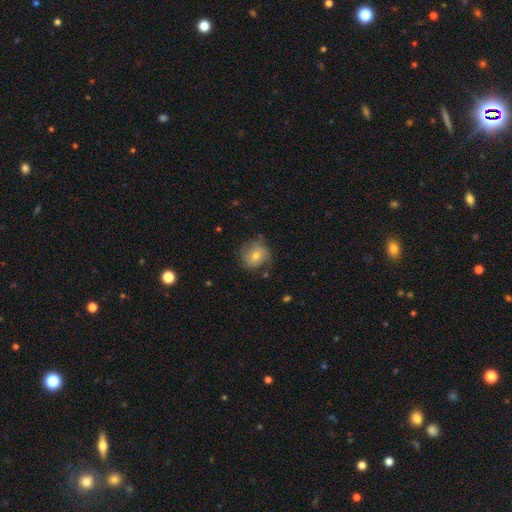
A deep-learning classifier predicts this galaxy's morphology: The model was most divided on "smooth or featured": smooth: 62%, featured or disk: 30%, star or artifact: 9%. More confident: how rounded — round (81%); merging — none (67%).